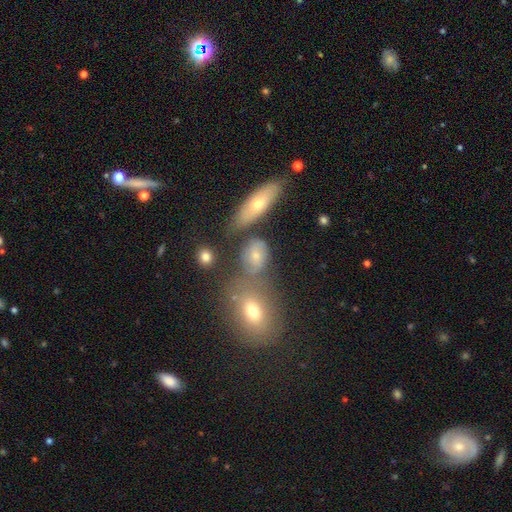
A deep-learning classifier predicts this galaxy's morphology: smooth 63%, featured or disk 24%, star or artifact 13%. Down the decision tree: how rounded — in between (55%); merging — none (56%).